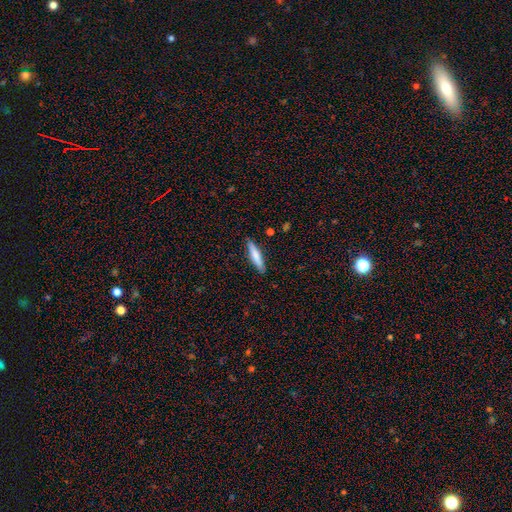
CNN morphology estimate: A smooth galaxy with no disk features (73%) that is cigar-shaped (87%). Merging: none (88%).